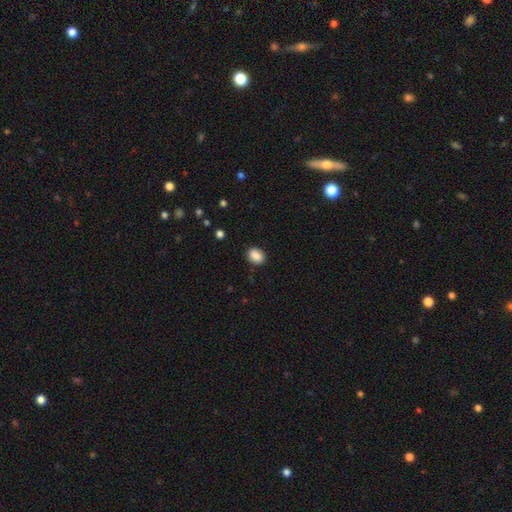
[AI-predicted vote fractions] smooth_or_featured: smooth (p=0.87) [alt: star or artifact p=0.08]
how_rounded: in between (p=0.58) [alt: round p=0.41]
merging: none (p=0.88) [alt: minor disturbance p=0.09]